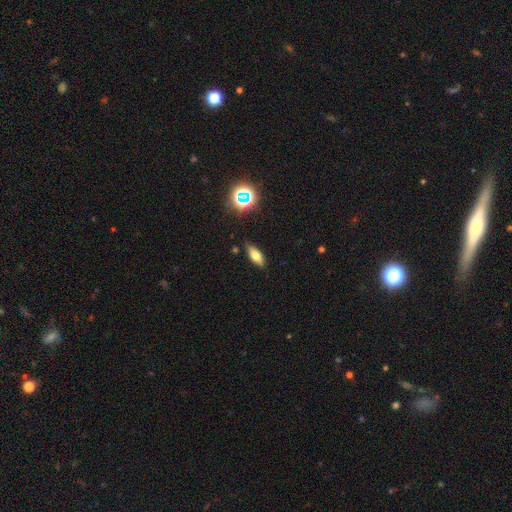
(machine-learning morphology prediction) This is likely a smooth galaxy (68%). How rounded: likely in between (74%). Merging: clearly none (84%).